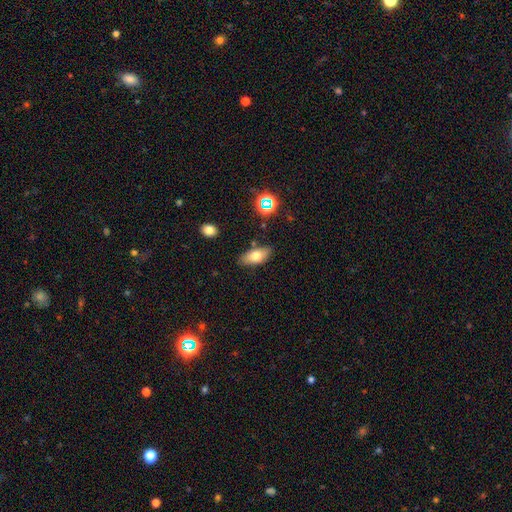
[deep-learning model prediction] Smooth or featured?
  - smooth: 72% *
  - featured or disk: 19%
  - star or artifact: 10%
How rounded?
  - in between: 86% *
  - cigar-shaped: 10%
  - round: 4%
Merging?
  - none: 81% *
  - minor disturbance: 13%
  - merger: 3%
  - major disturbance: 3%